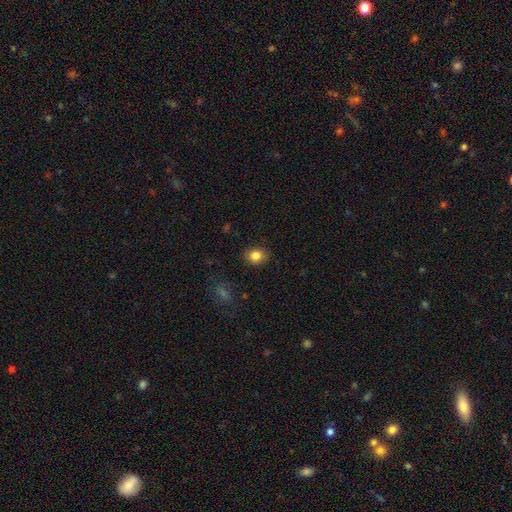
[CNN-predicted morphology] Smooth or featured?
  - smooth: 84% *
  - star or artifact: 10%
  - featured or disk: 6%
How rounded?
  - round: 60% *
  - in between: 39%
  - cigar-shaped: 1%
Merging?
  - none: 87% *
  - minor disturbance: 9%
  - major disturbance: 2%
  - merger: 1%